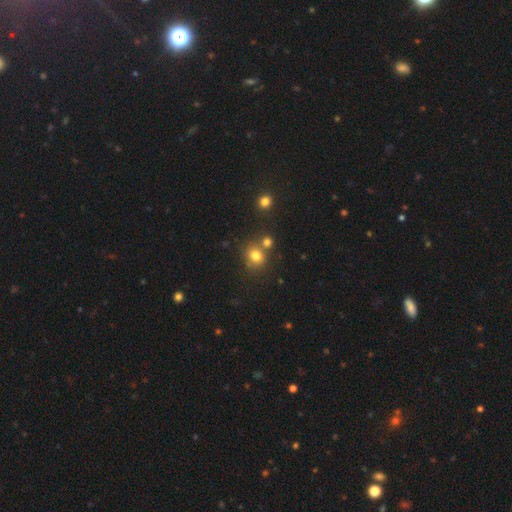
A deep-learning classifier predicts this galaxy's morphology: A smooth galaxy with no disk features (78%) that is round (80%). Merging: none (64%).